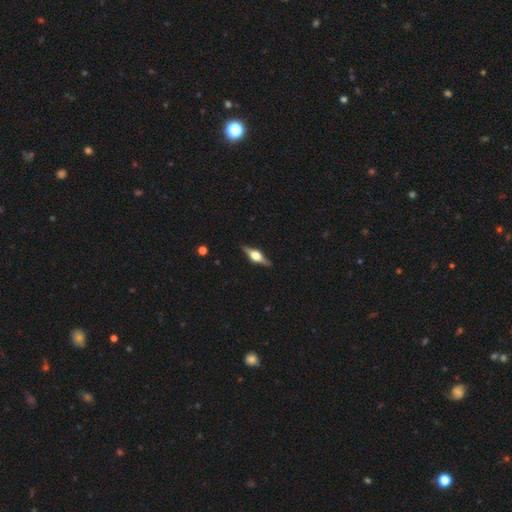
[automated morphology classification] The model was most divided on "smooth or featured": featured or disk: 78%, smooth: 17%, star or artifact: 6%. More confident: edge-on disk — yes (97%); edge-on bulge — rounded (94%); merging — none (89%).